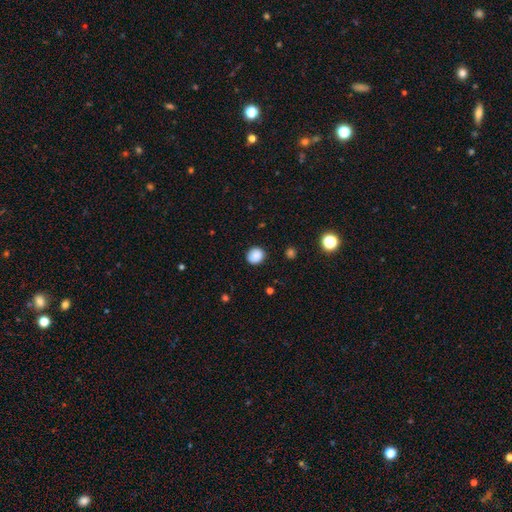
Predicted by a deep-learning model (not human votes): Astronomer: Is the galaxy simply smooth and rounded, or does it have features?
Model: smooth — 87%.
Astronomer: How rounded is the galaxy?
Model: round — 83%.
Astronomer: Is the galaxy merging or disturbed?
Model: none — 88%.